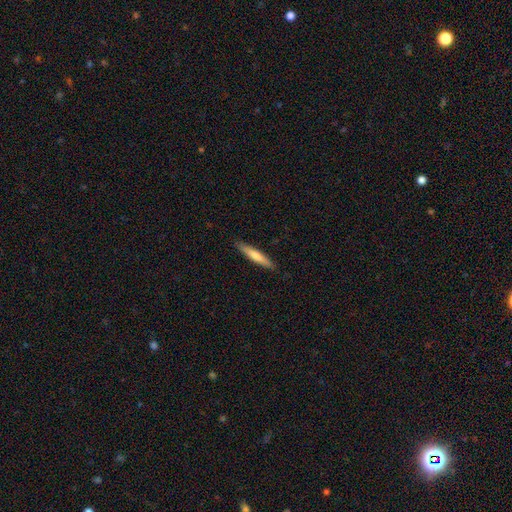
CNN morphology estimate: Overall: smooth (67%; featured or disk 28%). How rounded: cigar-shaped (92%). Merging: none (90%).